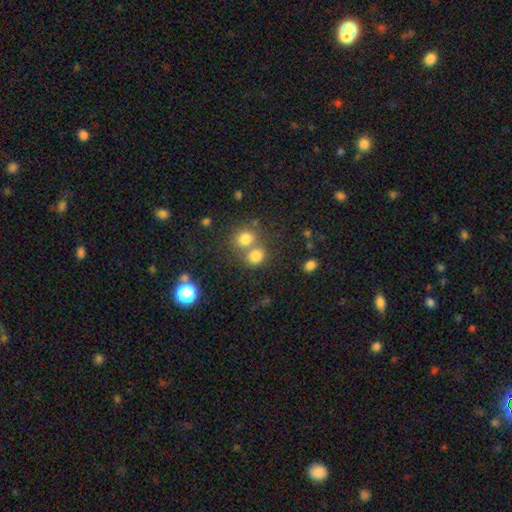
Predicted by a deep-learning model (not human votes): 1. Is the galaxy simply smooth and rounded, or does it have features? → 78% smooth, 13% star or artifact, 9% featured or disk.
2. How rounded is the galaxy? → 64% round, 35% in between, 1% cigar-shaped.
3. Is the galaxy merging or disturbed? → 49% merger, 39% none, 8% minor disturbance, 4% major disturbance.